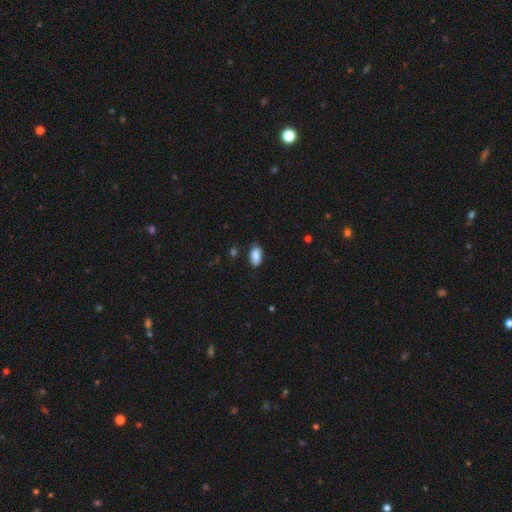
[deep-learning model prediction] smooth-or-featured: smooth: 85% | featured or disk: 8% | star or artifact: 7%
  how-rounded: in between: 93% | cigar-shaped: 4% | round: 4%
  merging: none: 73% | minor disturbance: 22% | major disturbance: 4% | merger: 2%